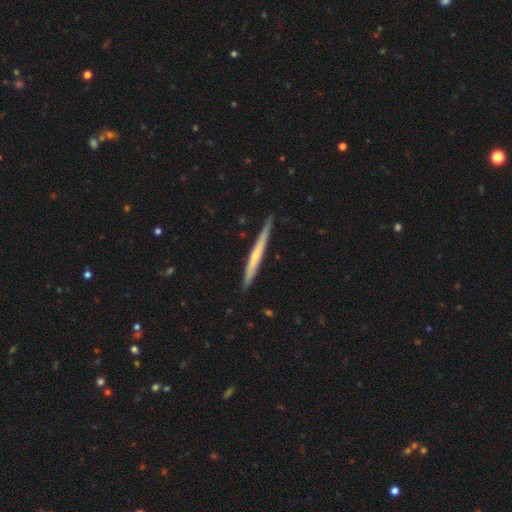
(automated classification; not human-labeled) smooth_or_featured: featured or disk (p=0.55) [alt: smooth p=0.40]
disk_edge_on: yes (p=0.96) [alt: no p=0.04]
edge_on_bulge: none (p=0.57) [alt: rounded p=0.39]
merging: none (p=0.86) [alt: minor disturbance p=0.11]